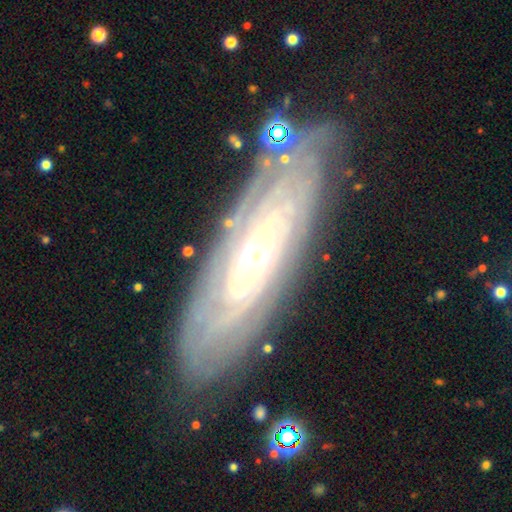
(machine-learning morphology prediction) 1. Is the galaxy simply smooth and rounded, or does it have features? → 82% featured or disk, 11% smooth, 7% star or artifact.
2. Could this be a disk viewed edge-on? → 78% no, 22% yes.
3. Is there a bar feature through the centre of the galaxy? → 62% no, 26% weak, 12% strong.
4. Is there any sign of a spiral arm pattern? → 90% yes, 10% no.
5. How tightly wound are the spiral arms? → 83% tight, 13% medium, 4% loose.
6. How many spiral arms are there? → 60% can't tell, 11% more than 4, 9% 2, 8% 4, 7% 3, 4% 1.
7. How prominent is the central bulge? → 54% moderate, 36% small, 7% large, 1% dominant, 1% none.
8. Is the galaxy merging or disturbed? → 80% none, 13% minor disturbance, 4% major disturbance, 2% merger.